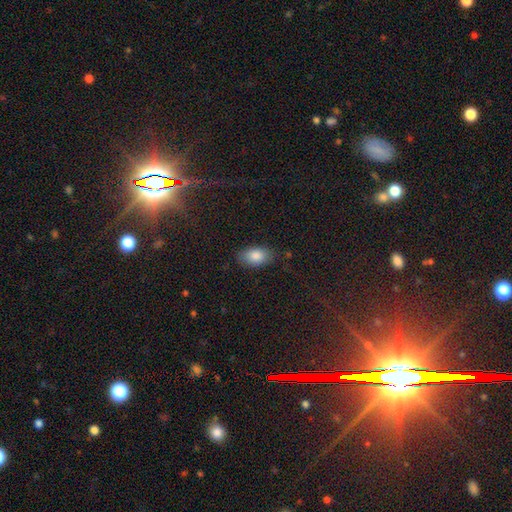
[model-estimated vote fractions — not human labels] Smooth or featured?
  - smooth: 86% *
  - star or artifact: 7%
  - featured or disk: 7%
How rounded?
  - in between: 92% *
  - round: 7%
  - cigar-shaped: 2%
Merging?
  - none: 81% *
  - minor disturbance: 14%
  - major disturbance: 4%
  - merger: 1%